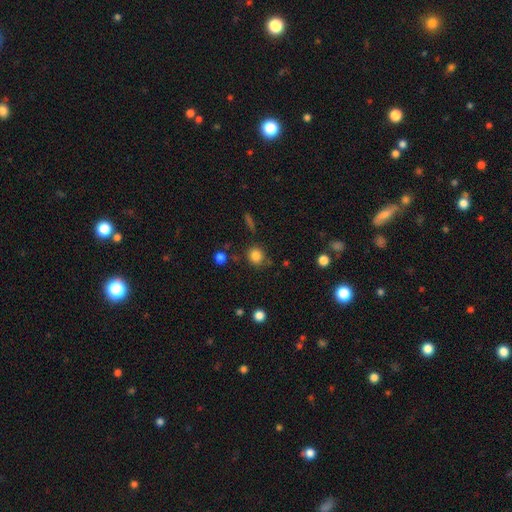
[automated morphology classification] A smooth galaxy with no disk features (83%) that is round (85%). Merging: none (81%).